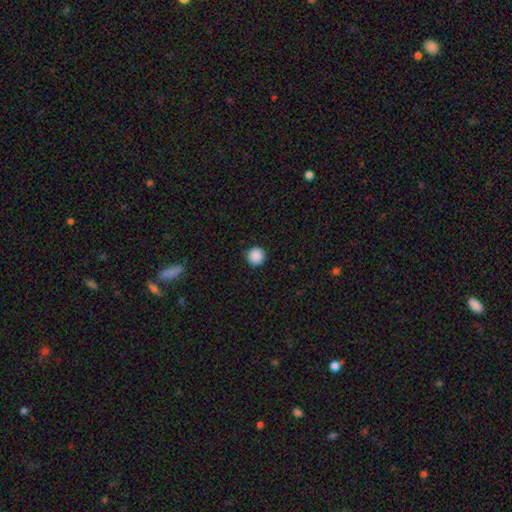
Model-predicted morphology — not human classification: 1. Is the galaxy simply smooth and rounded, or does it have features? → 89% smooth, 9% star or artifact, 2% featured or disk.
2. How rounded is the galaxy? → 96% round, 3% in between, 1% cigar-shaped.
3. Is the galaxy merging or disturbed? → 92% none, 5% minor disturbance, 2% major disturbance, 1% merger.